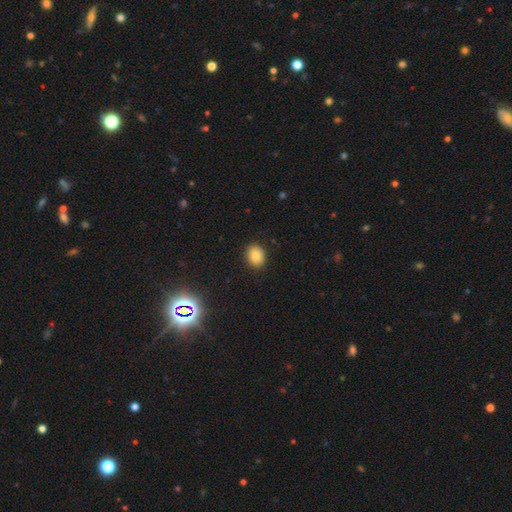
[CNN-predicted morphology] smooth-or-featured: smooth: 86% | star or artifact: 11% | featured or disk: 4%
  how-rounded: round: 50% | in between: 49% | cigar-shaped: 1%
  merging: none: 90% | minor disturbance: 7% | major disturbance: 2% | merger: 1%